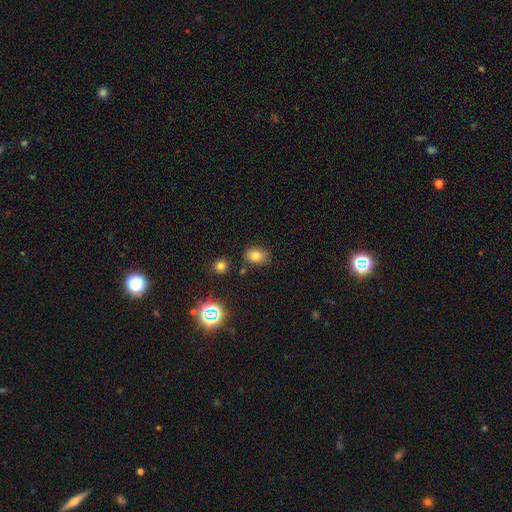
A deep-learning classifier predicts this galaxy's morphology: This is likely a smooth galaxy (77%). How rounded: likely in between (68%). Merging: clearly none (80%).